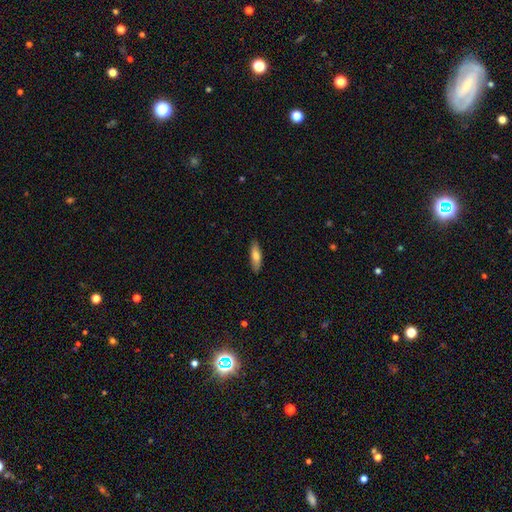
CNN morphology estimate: Smooth or featured?
  - smooth: 73% *
  - featured or disk: 21%
  - star or artifact: 6%
How rounded?
  - in between: 52% *
  - cigar-shaped: 46%
  - round: 2%
Merging?
  - none: 86% *
  - minor disturbance: 11%
  - major disturbance: 2%
  - merger: 1%